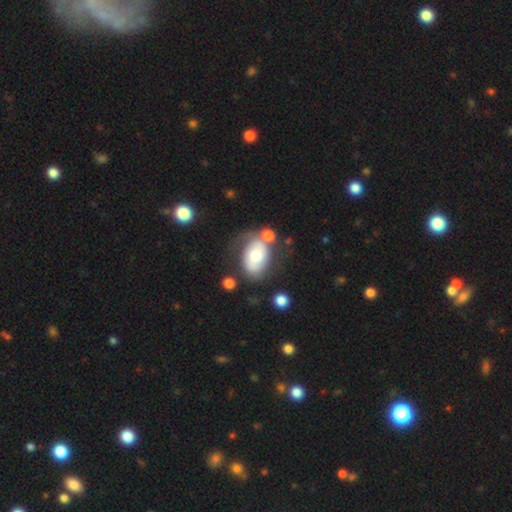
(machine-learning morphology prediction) This is possibly a featured or disk galaxy (47%). Merging: possibly none (49%).